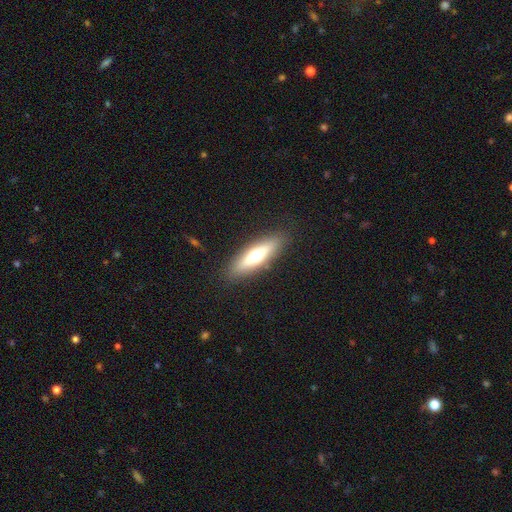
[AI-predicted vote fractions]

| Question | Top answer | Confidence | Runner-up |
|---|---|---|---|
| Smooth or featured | smooth | 47% | featured or disk (45%) |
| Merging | none | 87% | minor disturbance (9%) |